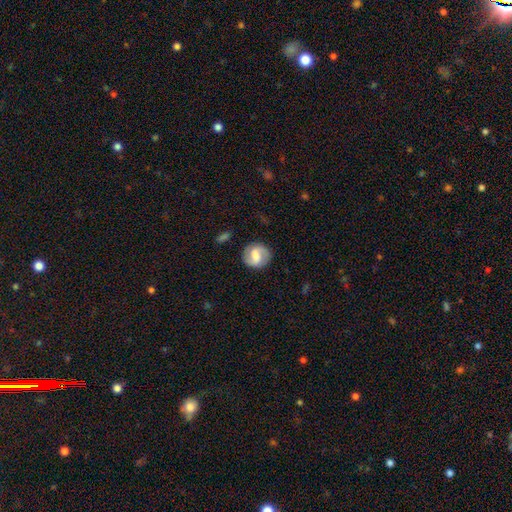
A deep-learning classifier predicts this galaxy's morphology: This is possibly a featured or disk galaxy (57%). It is clearly not viewed edge-on (97%). Bar: possibly weak (48%). Spiral arm pattern: clearly yes (85%). Central bulge: marginally moderate (37%). Merging: clearly none (84%).